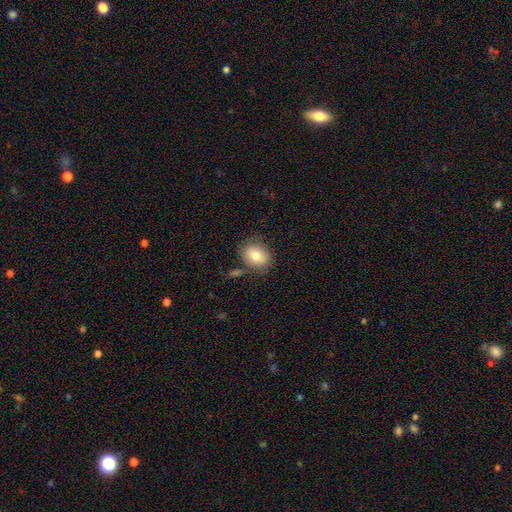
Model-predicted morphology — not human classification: A smooth galaxy with no disk features (78%) that is in between round and cigar-shaped (56%). Merging: none (72%).